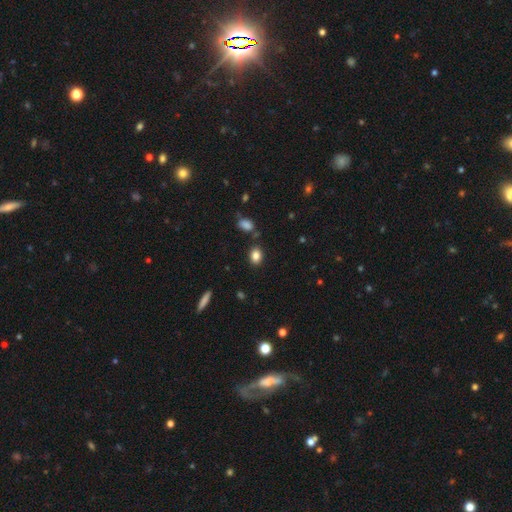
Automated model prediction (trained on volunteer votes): This appears to be a smooth galaxy with no disk features (85%) that is in between round and cigar-shaped (67%). Merging: none (81%).